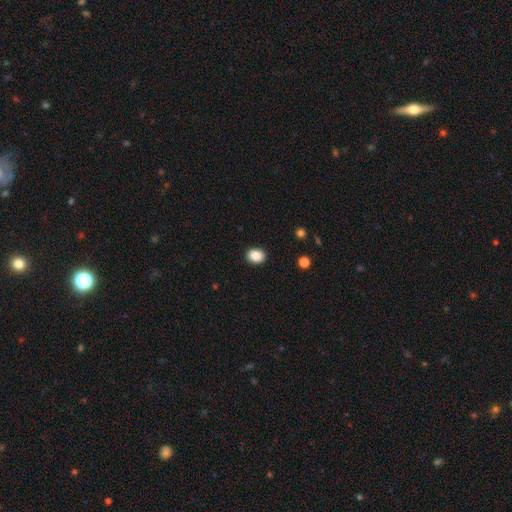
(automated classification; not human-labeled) smooth_or_featured: smooth (p=0.89) [alt: star or artifact p=0.09]
how_rounded: in between (p=0.57) [alt: round p=0.43]
merging: none (p=0.90) [alt: minor disturbance p=0.07]